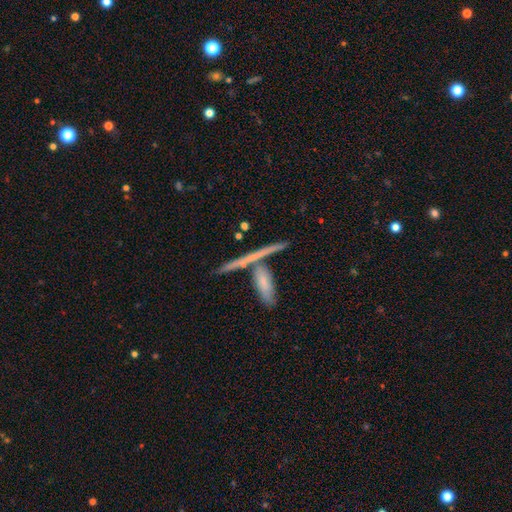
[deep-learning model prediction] The model was most divided on "smooth or featured": featured or disk: 47%, smooth: 36%, star or artifact: 17%. More confident: merging — none (57%).